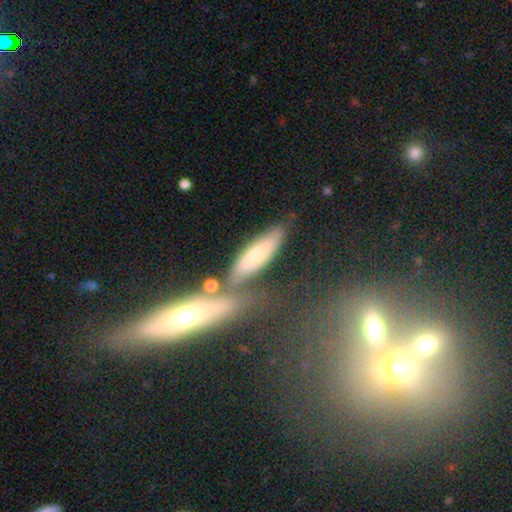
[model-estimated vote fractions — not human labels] This appears to be a smooth galaxy with no disk features (58%) that is cigar-shaped (57%). Merging: none (55%).